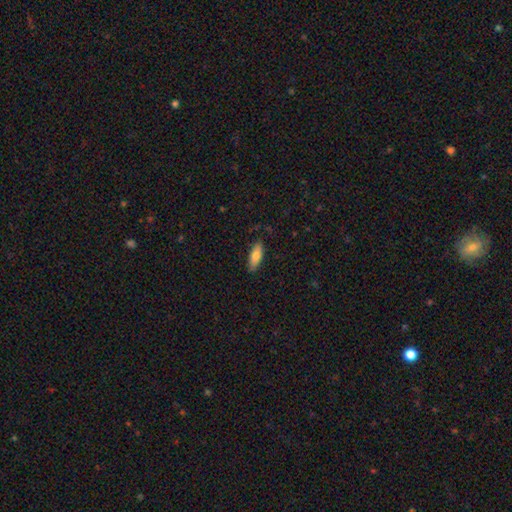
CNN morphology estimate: The model was most divided on "how rounded": in between: 65%, cigar-shaped: 33%, round: 2%. More confident: merging — none (84%); smooth or featured — smooth (77%).